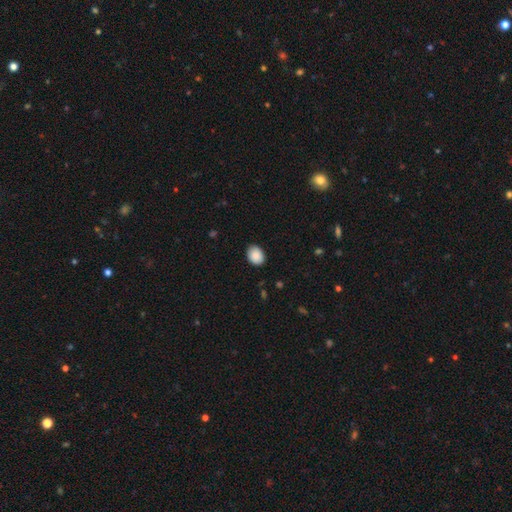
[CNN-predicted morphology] A smooth galaxy with no disk features (89%) that is in between round and cigar-shaped (59%). Merging: none (87%).